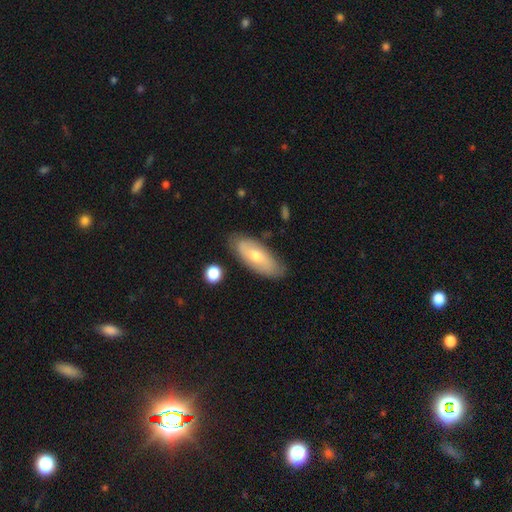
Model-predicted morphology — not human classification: A smooth galaxy with no disk features (52%) that is in between round and cigar-shaped (77%).

Vote fractions:
- Smooth or featured? smooth: 52% / featured or disk: 41% / star or artifact: 6%
- How rounded? in between: 77% / cigar-shaped: 20% / round: 3%
- Merging? none: 80% / minor disturbance: 15% / major disturbance: 3% / merger: 2%